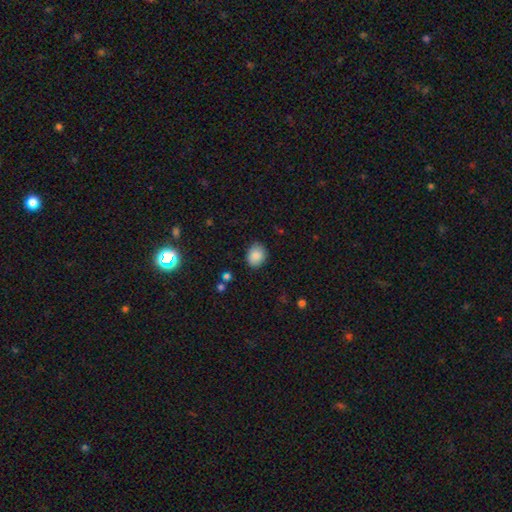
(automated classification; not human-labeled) Smooth or featured? Predicted: smooth (p=0.88). How rounded? Predicted: round (p=0.52). Merging? Predicted: none (p=0.84).